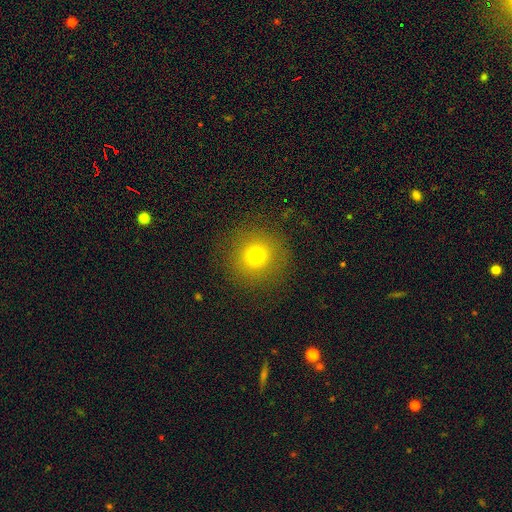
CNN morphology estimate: Smooth or featured? Predicted: smooth (p=0.72). How rounded? Predicted: round (p=0.93). Merging? Predicted: none (p=0.87).